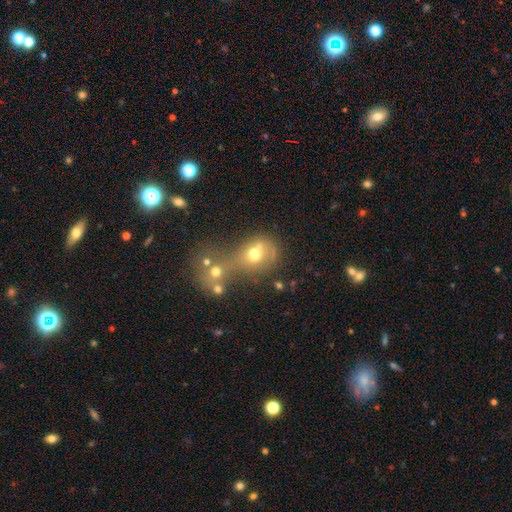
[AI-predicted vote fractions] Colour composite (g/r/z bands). It shows a smooth galaxy with no disk features (59%) that is round (56%). Merging: merger (60%).